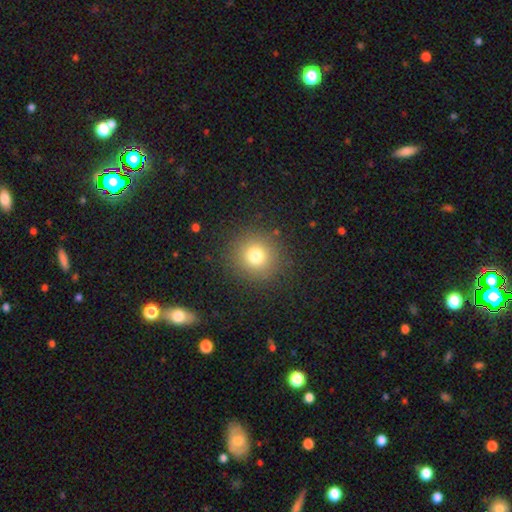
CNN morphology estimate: This is likely a smooth galaxy (76%). How rounded: clearly round (93%). Merging: clearly none (89%).